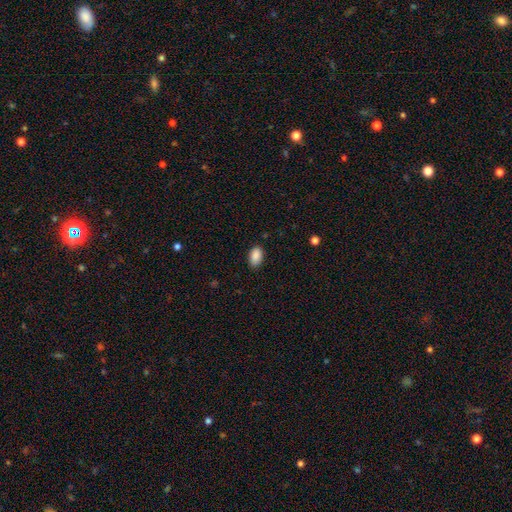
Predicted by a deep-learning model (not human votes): The model was most divided on "merging": none: 86%, minor disturbance: 11%, major disturbance: 2%, merger: 1%. More confident: how rounded — in between (93%); smooth or featured — smooth (89%).